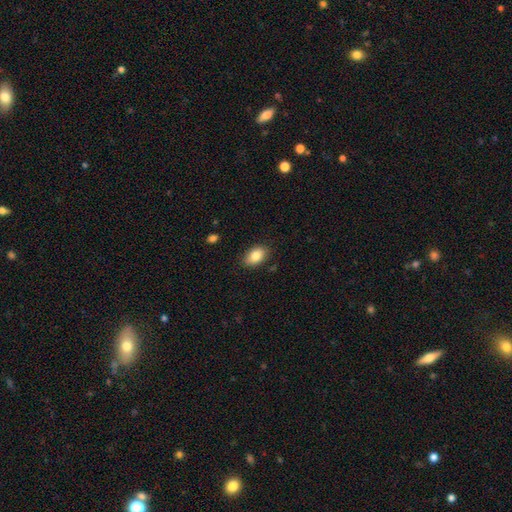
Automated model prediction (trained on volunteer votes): Smooth or featured? Predicted: smooth (p=0.83). How rounded? Predicted: in between (p=0.87). Merging? Predicted: none (p=0.84).